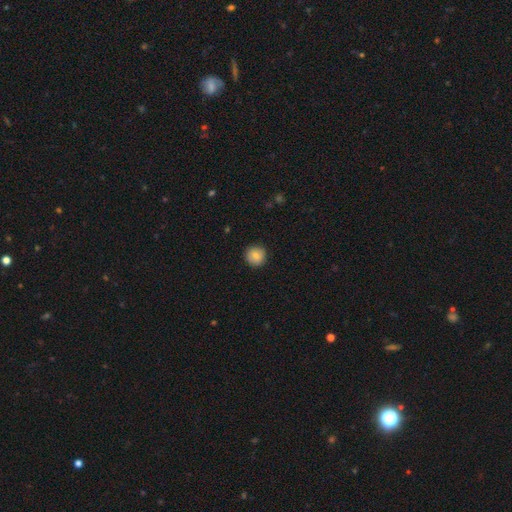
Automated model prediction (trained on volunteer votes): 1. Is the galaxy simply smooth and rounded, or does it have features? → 81% smooth, 11% featured or disk, 9% star or artifact.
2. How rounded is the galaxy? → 95% round, 4% in between, 1% cigar-shaped.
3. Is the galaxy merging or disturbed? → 90% none, 7% minor disturbance, 2% major disturbance, 1% merger.